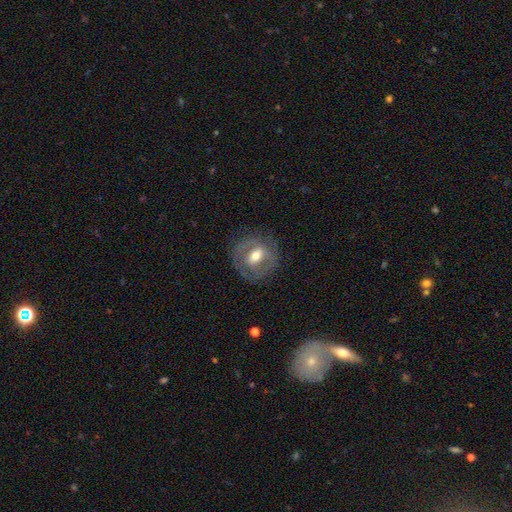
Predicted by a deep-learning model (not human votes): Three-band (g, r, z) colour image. It shows a featured or disk galaxy (59%) with a weak bar (41%), no spiral arms (58%) and a moderate central bulge (72%). Merging: none (76%).